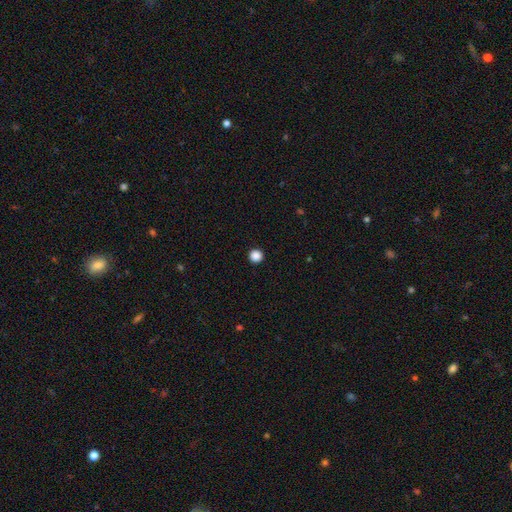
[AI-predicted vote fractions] A smooth galaxy with no disk features (87%) that is round (96%).

Vote fractions:
- Smooth or featured? smooth: 87% / star or artifact: 11% / featured or disk: 2%
- How rounded? round: 96% / in between: 3% / cigar-shaped: 1%
- Merging? none: 94% / minor disturbance: 4% / major disturbance: 2% / merger: 1%